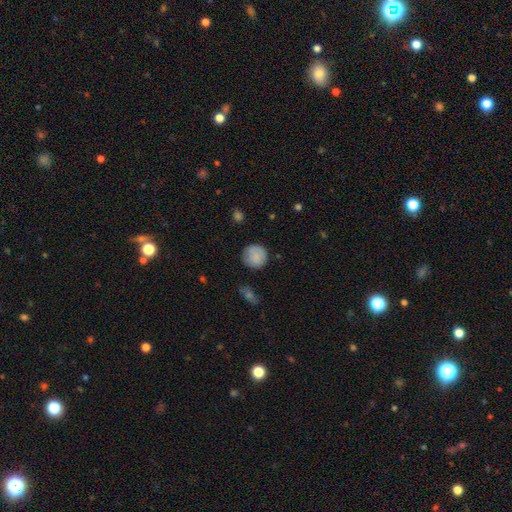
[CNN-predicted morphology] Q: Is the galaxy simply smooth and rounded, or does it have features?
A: smooth — 82%.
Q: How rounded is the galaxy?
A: round — 92%.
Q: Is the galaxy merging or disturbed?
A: none — 78%.